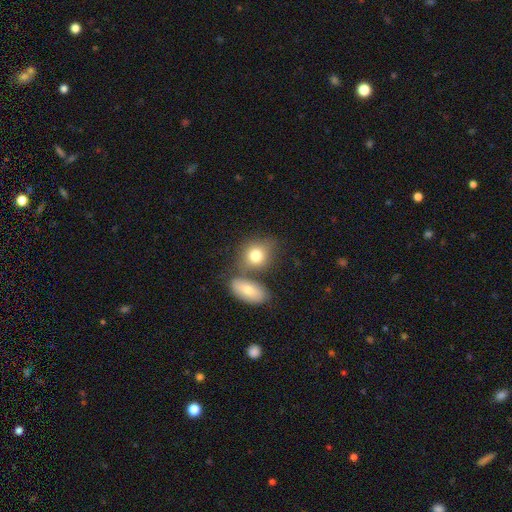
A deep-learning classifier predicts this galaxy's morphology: type=smooth (77%); roundness=round (53%); merging=none (49%).